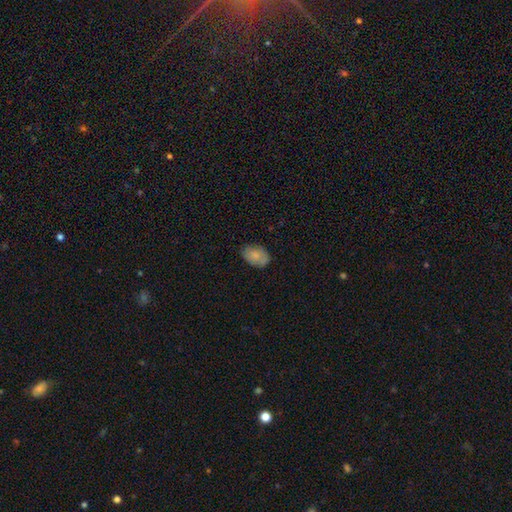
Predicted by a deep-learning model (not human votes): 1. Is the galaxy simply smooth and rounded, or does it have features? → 80% smooth, 13% featured or disk, 7% star or artifact.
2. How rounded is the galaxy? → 88% in between, 11% round, 1% cigar-shaped.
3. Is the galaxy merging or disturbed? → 74% none, 21% minor disturbance, 4% major disturbance, 1% merger.